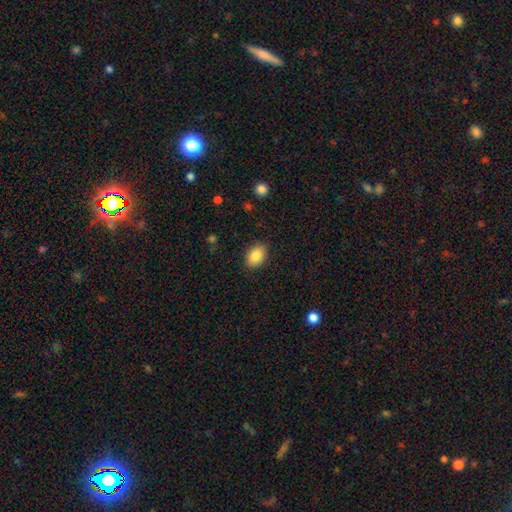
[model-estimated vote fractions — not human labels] This appears to be a smooth galaxy with no disk features (85%) that is in between round and cigar-shaped (82%). Merging: none (87%).